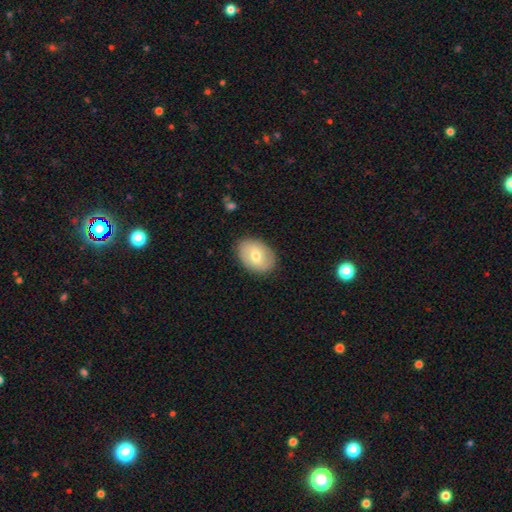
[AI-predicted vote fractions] Q: Smooth or featured?
A: smooth (66%); runner-up: featured or disk (28%)
Q: How rounded?
A: in between (77%); runner-up: round (22%)
Q: Merging?
A: none (85%); runner-up: minor disturbance (11%)